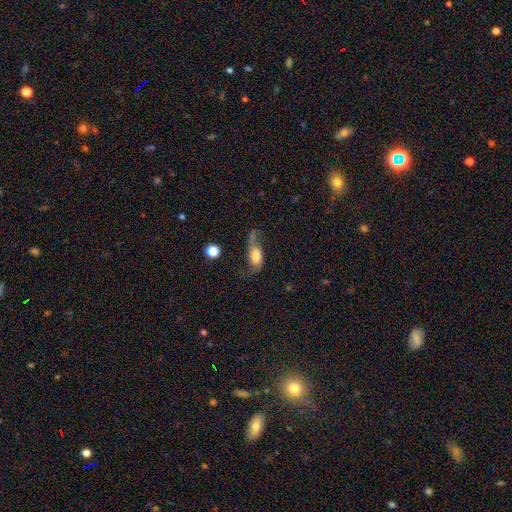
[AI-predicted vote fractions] A featured or disk galaxy (47%). Merging: none (39%).